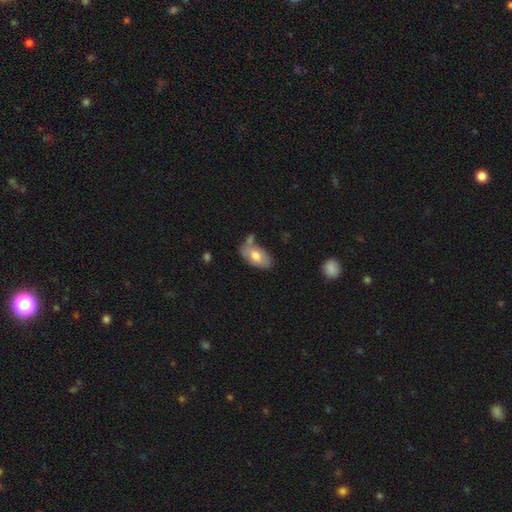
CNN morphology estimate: A smooth galaxy with no disk features (71%) that is in between round and cigar-shaped (93%).

Vote fractions:
- Smooth or featured? smooth: 71% / featured or disk: 23% / star or artifact: 6%
- How rounded? in between: 93% / round: 4% / cigar-shaped: 2%
- Merging? none: 51% / minor disturbance: 22% / merger: 20% / major disturbance: 7%